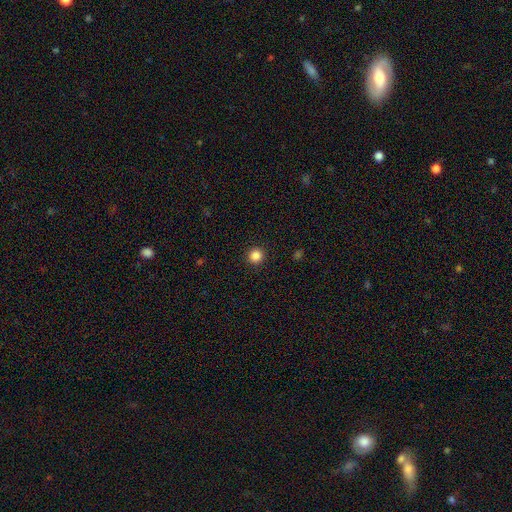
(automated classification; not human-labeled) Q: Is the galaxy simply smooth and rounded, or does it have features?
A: smooth — 85%.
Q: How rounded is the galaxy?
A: round — 96%.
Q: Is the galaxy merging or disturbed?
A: none — 93%.